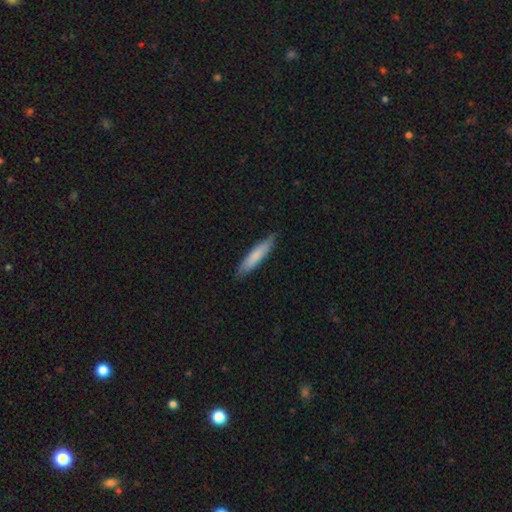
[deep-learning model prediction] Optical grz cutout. It shows a smooth galaxy with no disk features (75%) that is cigar-shaped (87%). Merging: none (85%).